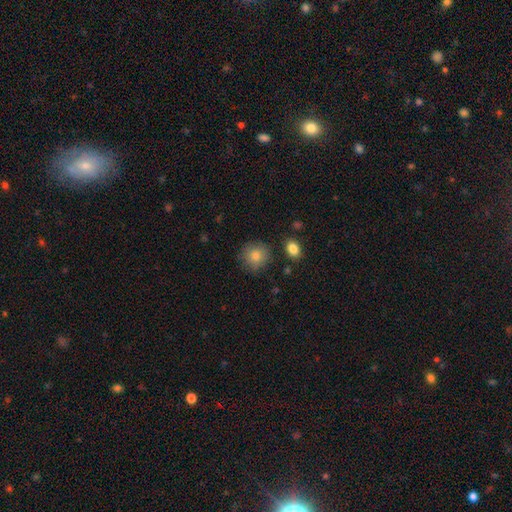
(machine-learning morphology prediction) Smooth or featured? smooth (82%)
How rounded? round (89%)
Merging? none (85%)